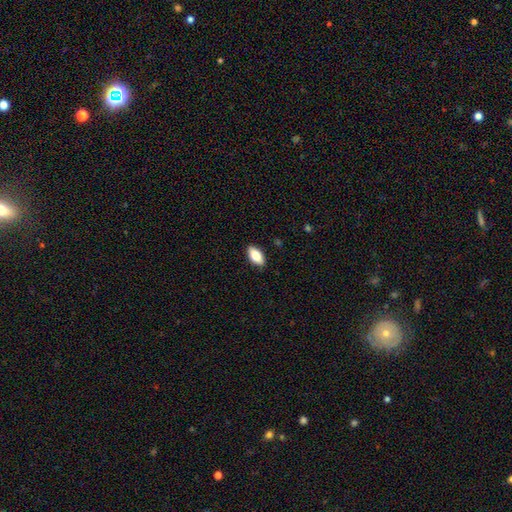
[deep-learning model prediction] Smooth or featured: smooth — 81% (featured or disk — 13%)
How rounded: in between — 91% (cigar-shaped — 6%)
Merging: none — 88% (minor disturbance — 9%)